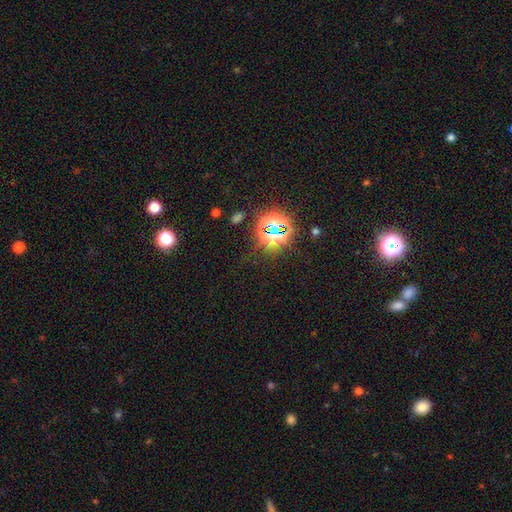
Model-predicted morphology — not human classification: A star or artifact, not a galaxy (76%).